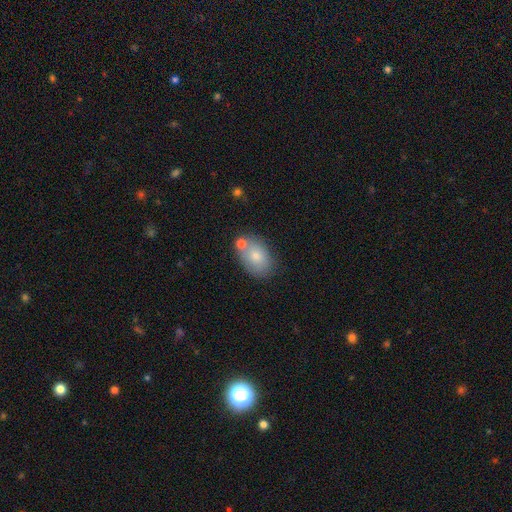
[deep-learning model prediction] Smooth or featured?
  - smooth: 77% *
  - featured or disk: 16%
  - star or artifact: 8%
How rounded?
  - in between: 86% *
  - round: 13%
  - cigar-shaped: 1%
Merging?
  - none: 64% *
  - minor disturbance: 17%
  - merger: 15%
  - major disturbance: 4%